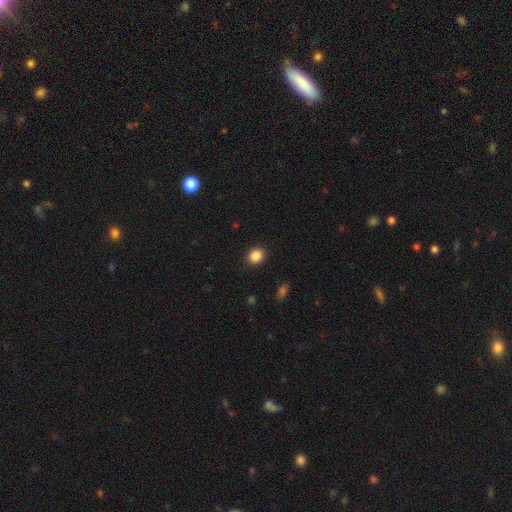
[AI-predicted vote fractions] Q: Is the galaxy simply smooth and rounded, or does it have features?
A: smooth — 87%.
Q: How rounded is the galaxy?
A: round — 70%.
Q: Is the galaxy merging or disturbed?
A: none — 91%.